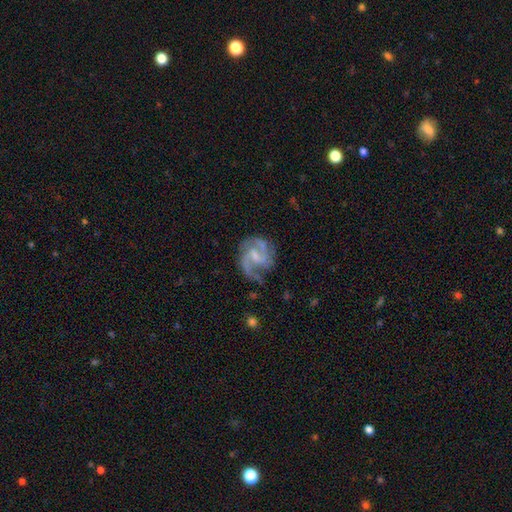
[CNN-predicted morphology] Overall: featured or disk (89%). Edge-on disk: no (98%). Bar: weak (56%; no 28%). Spiral arms: yes (97%). Spiral arm count: 2 (58%; 3 24%). Spiral winding: medium (57%; tight 23%). Bulge size: small (51%; moderate 26%). Merging: none (64%).